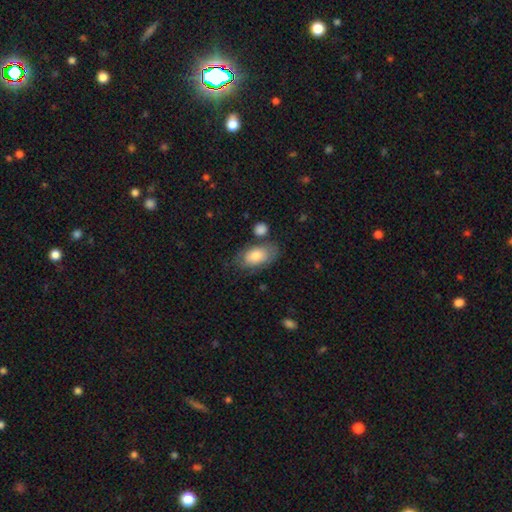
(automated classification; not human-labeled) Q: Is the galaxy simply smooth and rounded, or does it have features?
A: smooth — 73%.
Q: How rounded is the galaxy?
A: in between — 92%.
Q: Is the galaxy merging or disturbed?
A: none — 61%.